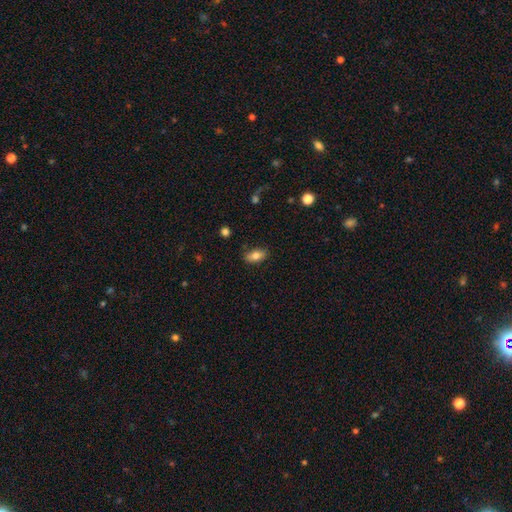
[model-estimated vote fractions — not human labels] smooth 78%, featured or disk 14%, star or artifact 8%. Down the decision tree: how rounded — in between (89%); merging — none (82%).